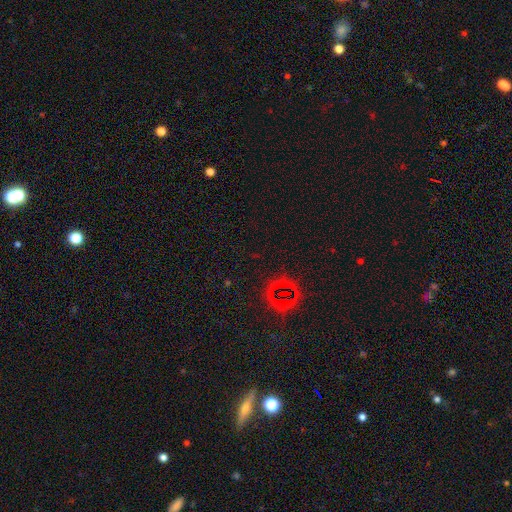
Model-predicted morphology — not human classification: Smooth or featured?
  - star or artifact: 76% *
  - smooth: 16%
  - featured or disk: 8%